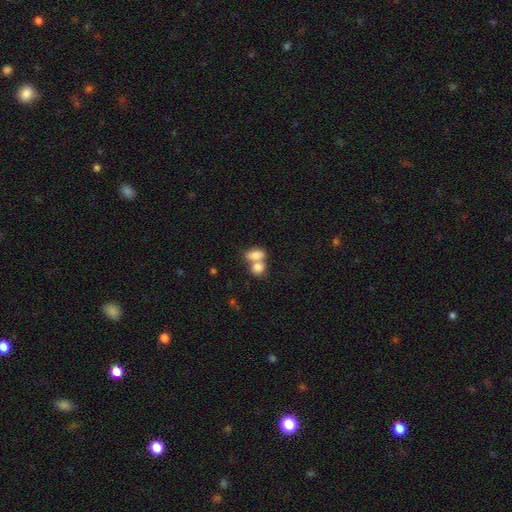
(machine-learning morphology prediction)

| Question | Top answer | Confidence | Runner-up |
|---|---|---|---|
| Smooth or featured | smooth | 80% | featured or disk (12%) |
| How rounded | in between | 80% | round (17%) |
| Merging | merger | 64% | none (25%) |